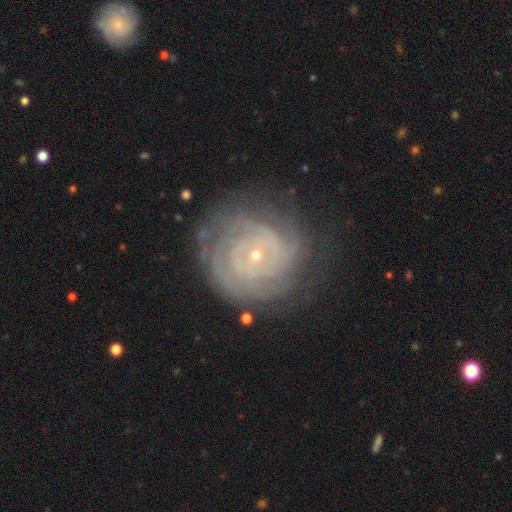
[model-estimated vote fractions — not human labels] The model was most divided on "spiral arm count": can't tell: 32%, 2: 25%, 3: 15%, 4: 13%, more than 4: 9%, 1: 7%. More confident: edge-on disk — no (97%); spiral arms — yes (95%); smooth or featured — featured or disk (85%); bulge size — small (84%); spiral winding — tight (84%); merging — none (75%); bar — no (72%).